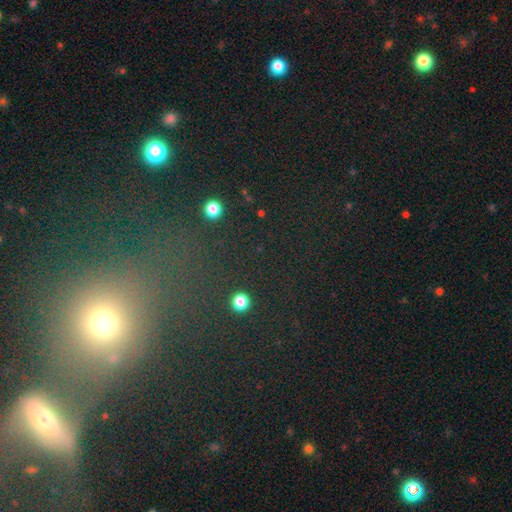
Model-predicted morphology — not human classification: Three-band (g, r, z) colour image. It shows a star or artifact, not a galaxy (49%).